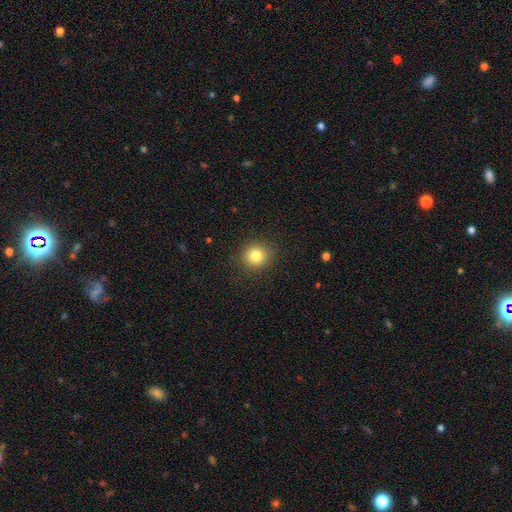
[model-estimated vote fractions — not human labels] Smooth or featured? smooth (81%)
How rounded? round (88%)
Merging? none (90%)